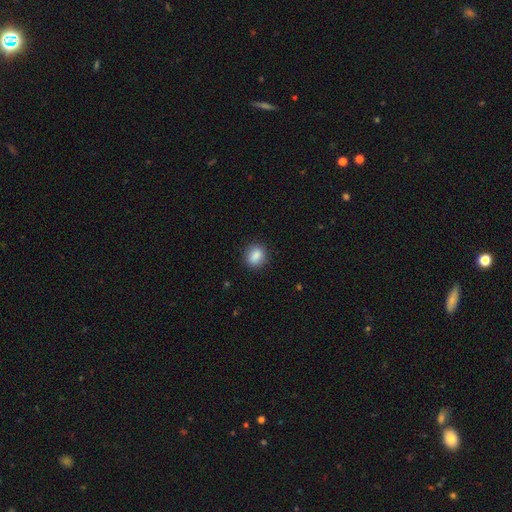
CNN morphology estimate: This is clearly a smooth galaxy (86%). How rounded: possibly round (53%). Merging: clearly none (86%).